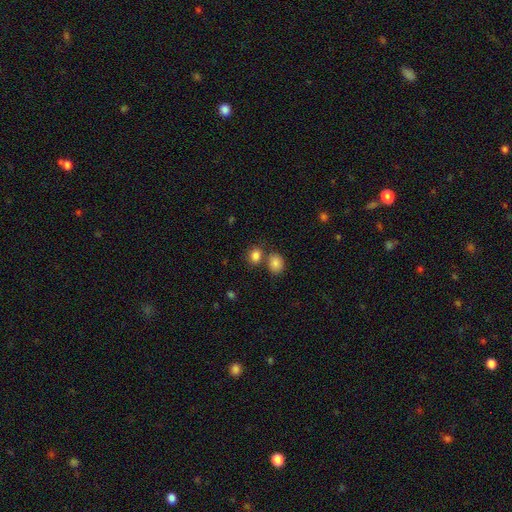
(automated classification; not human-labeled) A smooth galaxy with no disk features (83%) that is round (58%).

Vote fractions:
- Smooth or featured? smooth: 83% / star or artifact: 11% / featured or disk: 6%
- How rounded? round: 58% / in between: 41% / cigar-shaped: 1%
- Merging? none: 58% / merger: 30% / minor disturbance: 9% / major disturbance: 3%